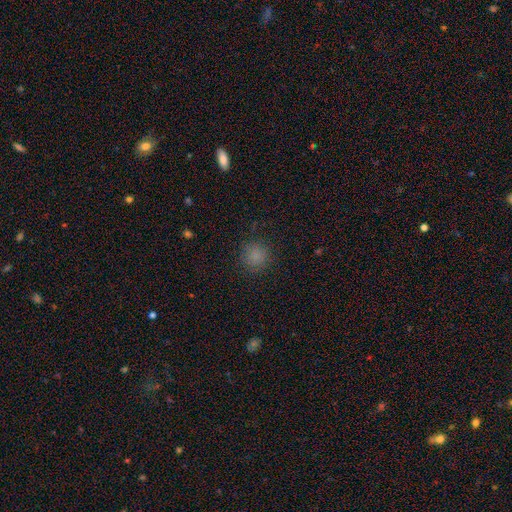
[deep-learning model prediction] The model was most divided on "smooth or featured": smooth: 82%, star or artifact: 14%, featured or disk: 4%. More confident: how rounded — round (93%); merging — none (87%).